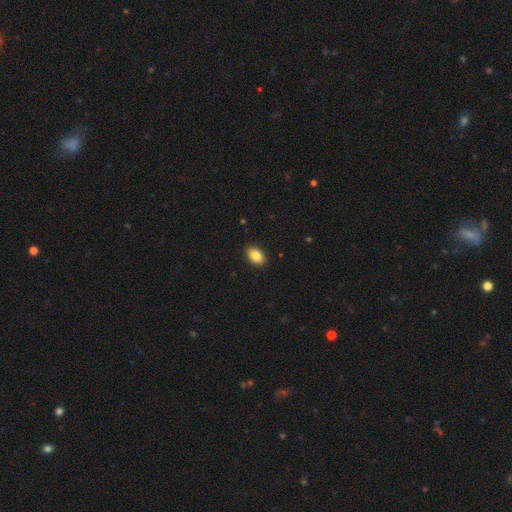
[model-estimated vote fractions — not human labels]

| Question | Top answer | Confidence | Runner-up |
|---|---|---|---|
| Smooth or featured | smooth | 87% | star or artifact (8%) |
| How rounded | in between | 91% | round (8%) |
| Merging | none | 89% | minor disturbance (8%) |